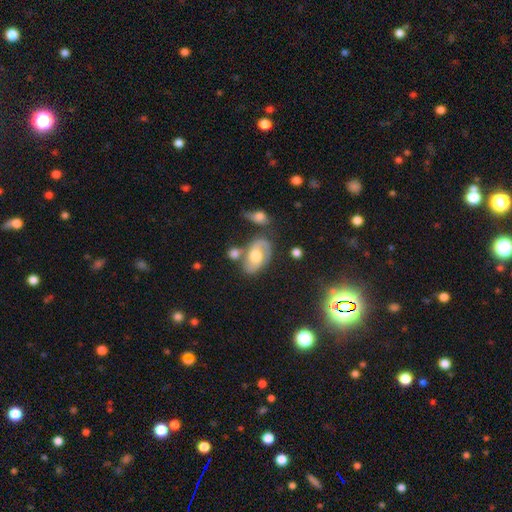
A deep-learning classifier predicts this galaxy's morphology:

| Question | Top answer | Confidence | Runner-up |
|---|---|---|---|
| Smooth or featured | featured or disk | 66% | smooth (27%) |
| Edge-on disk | no | 96% | yes (4%) |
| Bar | no | 58% | weak (34%) |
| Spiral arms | yes | 84% | no (16%) |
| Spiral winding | medium | 49% | loose (26%) |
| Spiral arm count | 2 | 82% | can't tell (9%) |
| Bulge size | moderate | 71% | large (14%) |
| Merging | none | 53% | minor disturbance (20%) |